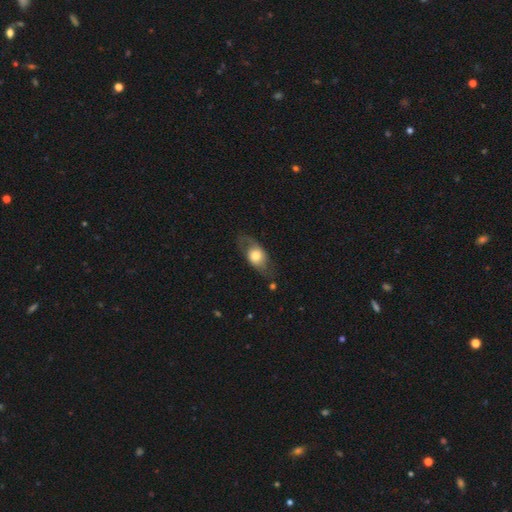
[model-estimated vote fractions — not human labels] Morphology: type=smooth (47%, tied with featured or disk); merging=none (66%).